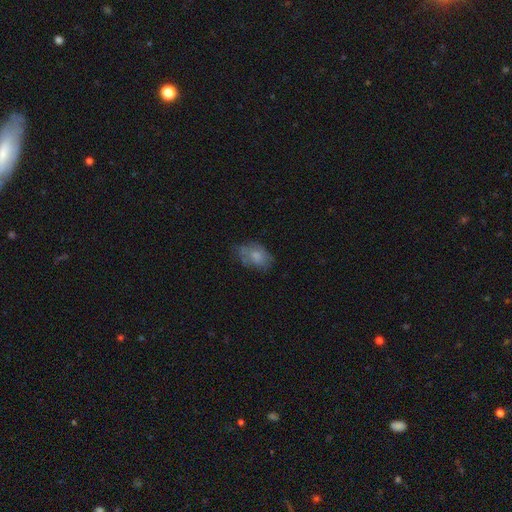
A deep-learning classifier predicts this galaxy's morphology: A smooth galaxy with no disk features (71%) that is in between round and cigar-shaped (84%).

Vote fractions:
- Smooth or featured? smooth: 71% / featured or disk: 20% / star or artifact: 9%
- How rounded? in between: 84% / round: 14% / cigar-shaped: 1%
- Merging? none: 55% / minor disturbance: 31% / major disturbance: 12% / merger: 3%